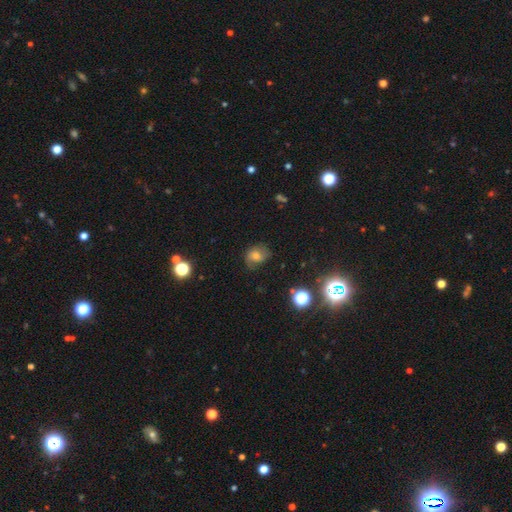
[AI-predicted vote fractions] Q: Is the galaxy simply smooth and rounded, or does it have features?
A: smooth — 45%.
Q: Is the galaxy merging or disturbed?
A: none — 63%.